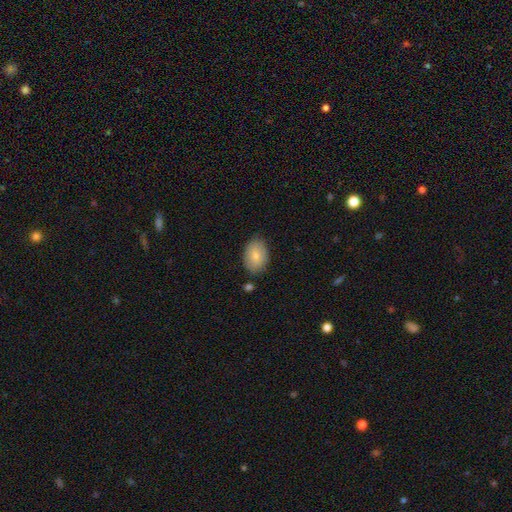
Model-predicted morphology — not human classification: Q: Smooth or featured?
A: smooth (79%); runner-up: featured or disk (14%)
Q: How rounded?
A: in between (84%); runner-up: round (15%)
Q: Merging?
A: none (81%); runner-up: minor disturbance (14%)